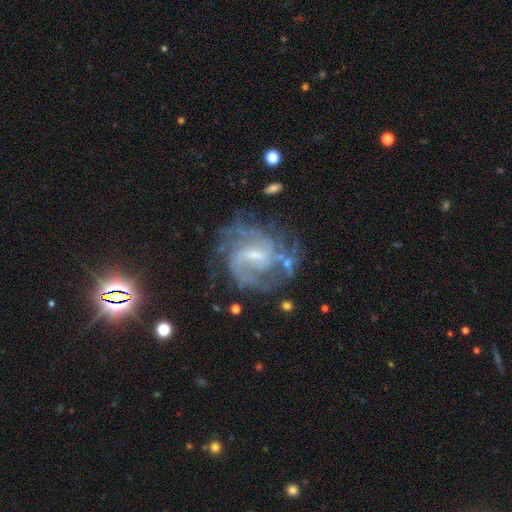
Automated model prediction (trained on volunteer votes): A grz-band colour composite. It shows a featured or disk galaxy (85%) with a weak bar (59%), 2 (34%) medium (46%) spiral arms (94%) and a small central bulge (54%). Merging: none (64%).